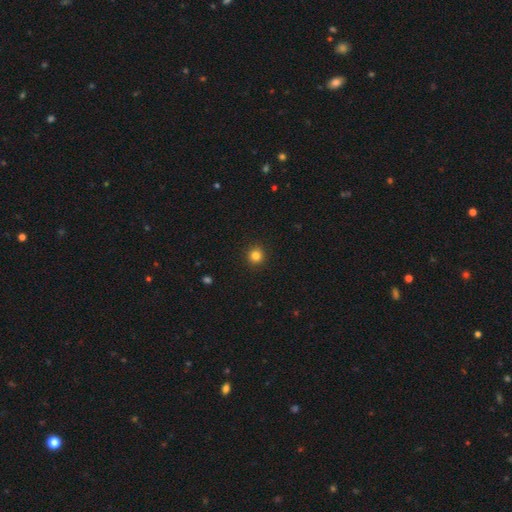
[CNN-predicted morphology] Q: Smooth or featured?
A: smooth (83%); runner-up: star or artifact (12%)
Q: How rounded?
A: round (93%); runner-up: in between (6%)
Q: Merging?
A: none (93%); runner-up: minor disturbance (5%)